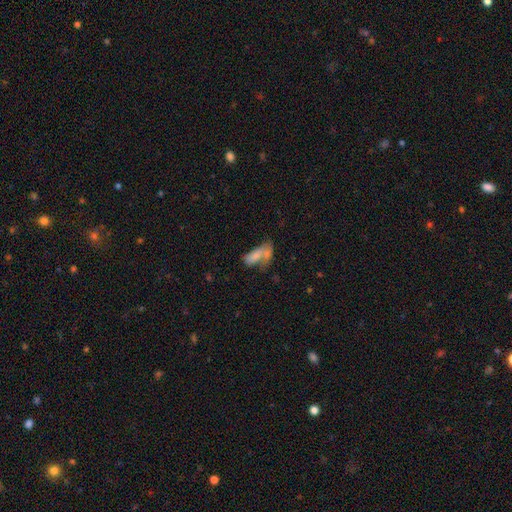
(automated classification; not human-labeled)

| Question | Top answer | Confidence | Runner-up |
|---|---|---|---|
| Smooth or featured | smooth | 70% | featured or disk (21%) |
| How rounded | in between | 82% | cigar-shaped (14%) |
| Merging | merger | 51% | none (22%) |